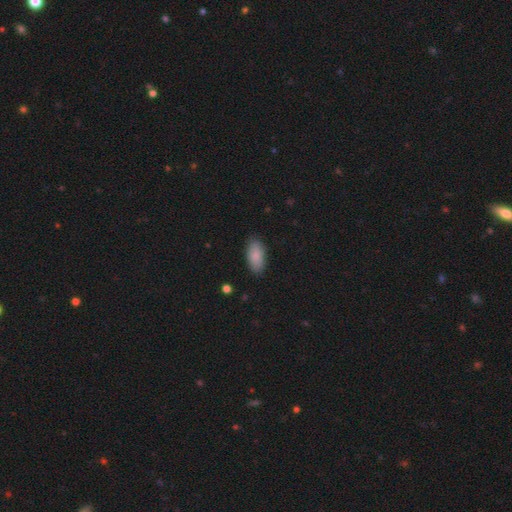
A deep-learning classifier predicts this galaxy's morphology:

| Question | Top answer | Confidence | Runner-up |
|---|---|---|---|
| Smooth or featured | smooth | 87% | featured or disk (7%) |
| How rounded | in between | 91% | cigar-shaped (6%) |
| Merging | none | 86% | minor disturbance (11%) |